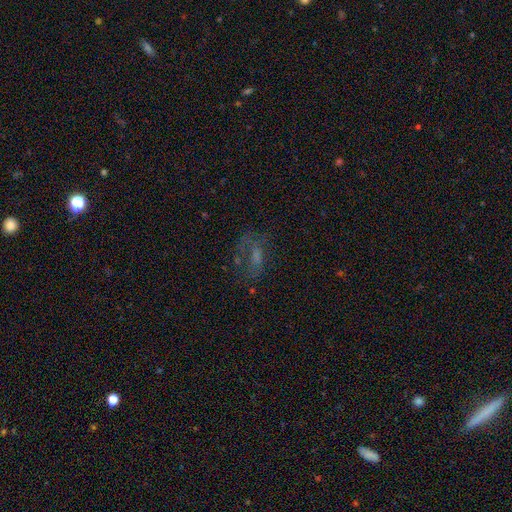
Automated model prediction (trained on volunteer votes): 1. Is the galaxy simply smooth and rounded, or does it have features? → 40% featured or disk, 35% smooth, 25% star or artifact.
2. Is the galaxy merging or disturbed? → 46% none, 30% major disturbance, 20% minor disturbance, 4% merger.